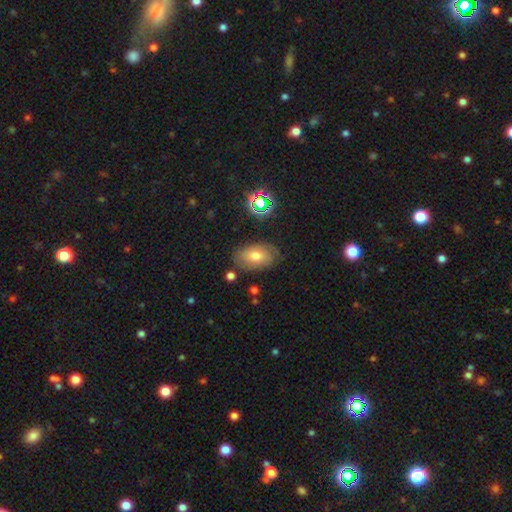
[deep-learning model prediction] smooth-or-featured: smooth: 67% | featured or disk: 21% | star or artifact: 12%
  how-rounded: in between: 89% | round: 10% | cigar-shaped: 1%
  merging: none: 78% | minor disturbance: 15% | major disturbance: 4% | merger: 3%